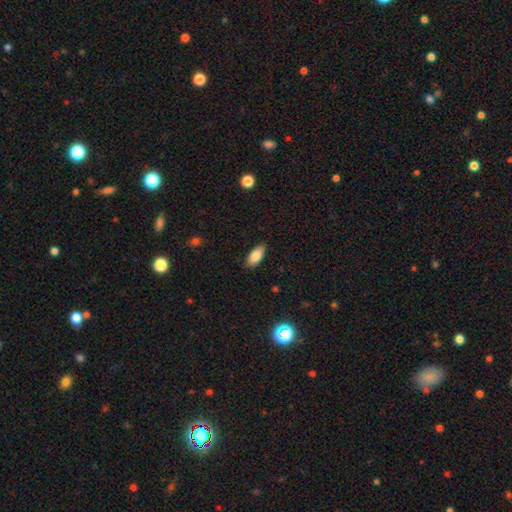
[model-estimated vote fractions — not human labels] Smooth or featured: smooth — 84% (featured or disk — 9%)
How rounded: in between — 89% (cigar-shaped — 8%)
Merging: none — 86% (minor disturbance — 11%)